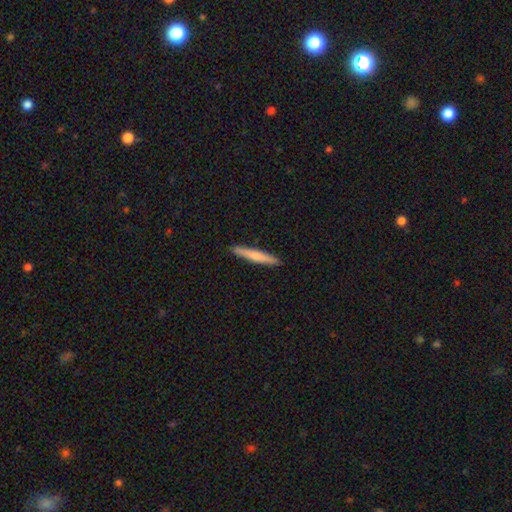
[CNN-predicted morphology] Smooth or featured? smooth (67%)
How rounded? cigar-shaped (94%)
Merging? none (91%)